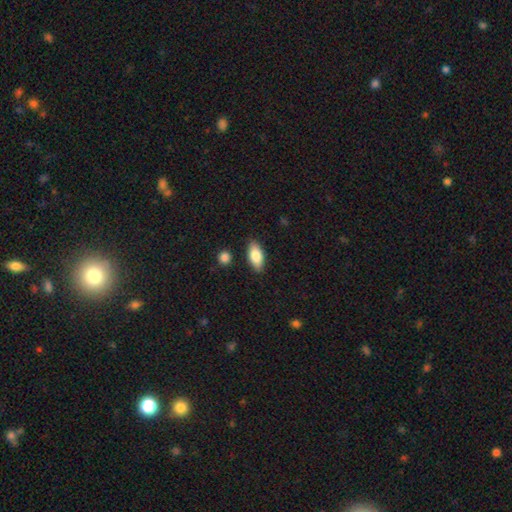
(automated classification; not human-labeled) smooth 81%, featured or disk 13%, star or artifact 6%. Down the decision tree: how rounded — in between (86%); merging — none (86%).